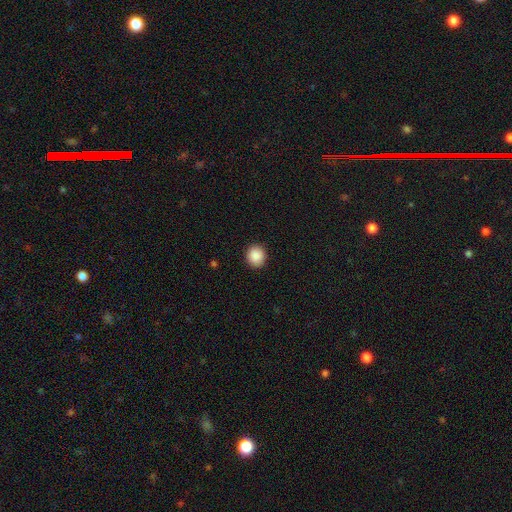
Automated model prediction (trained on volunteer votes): Smooth or featured: smooth — 89% (star or artifact — 8%)
How rounded: round — 88% (in between — 11%)
Merging: none — 91% (minor disturbance — 6%)